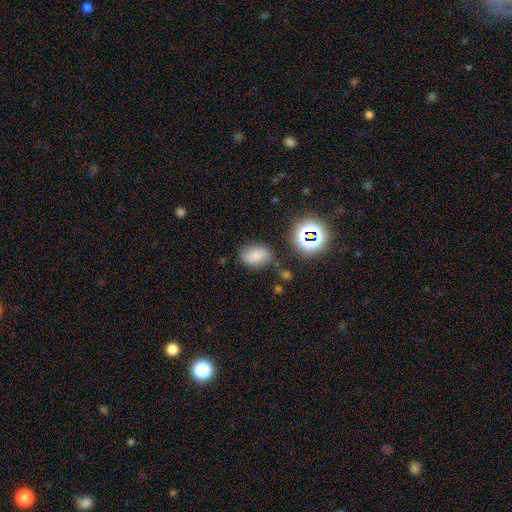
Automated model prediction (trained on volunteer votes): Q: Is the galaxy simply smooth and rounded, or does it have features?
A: smooth — 74%.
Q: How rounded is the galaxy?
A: in between — 81%.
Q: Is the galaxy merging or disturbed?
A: none — 71%.